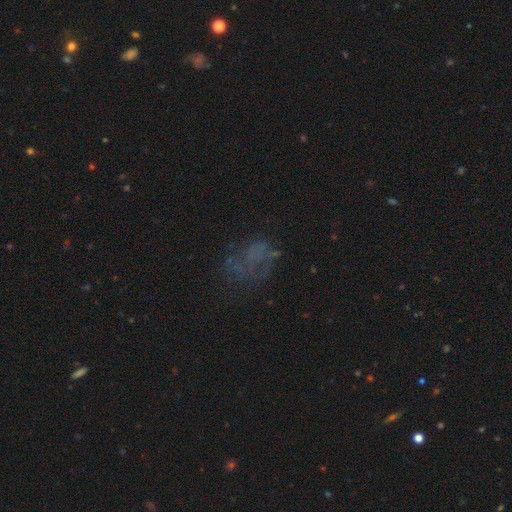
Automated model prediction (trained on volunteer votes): smooth-or-featured: featured or disk: 43% | smooth: 29% | star or artifact: 28%
  merging: none: 52% | major disturbance: 27% | minor disturbance: 17% | merger: 4%